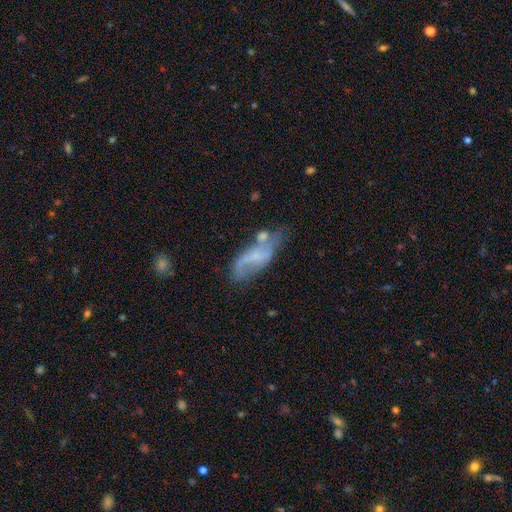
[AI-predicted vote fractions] Smooth or featured? Predicted: featured or disk (p=0.60). Edge-on disk? Predicted: no (p=0.88). Bar? Predicted: no (p=0.47). Spiral arms? Predicted: yes (p=0.71). Bulge size? Predicted: small (p=0.42). Merging? Predicted: none (p=0.41).